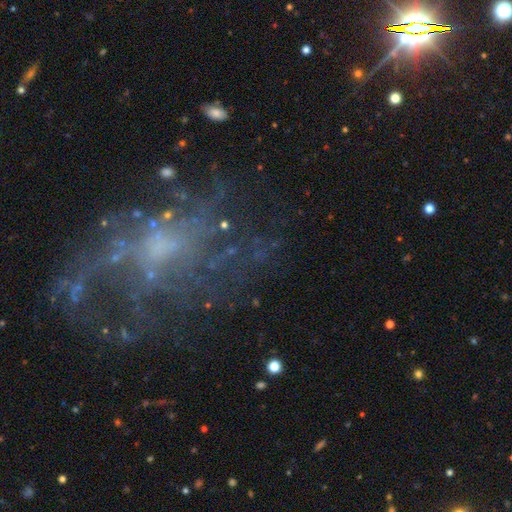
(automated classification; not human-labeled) Smooth or featured? Predicted: featured or disk (p=0.69). Edge-on disk? Predicted: no (p=0.96). Bar? Predicted: no (p=0.70). Spiral arms? Predicted: yes (p=0.69). Bulge size? Predicted: small (p=0.42). Merging? Predicted: none (p=0.56).